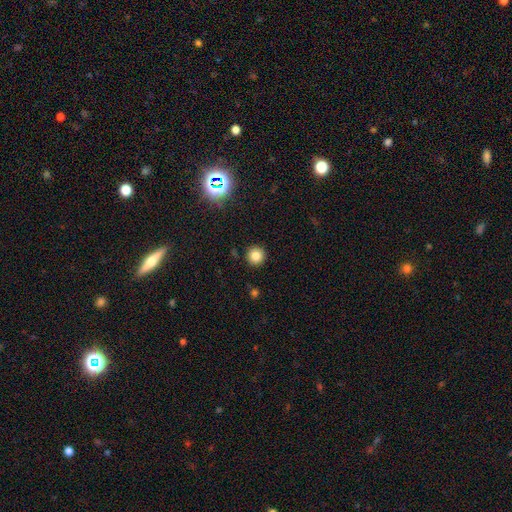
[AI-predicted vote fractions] smooth 82%, star or artifact 13%, featured or disk 6%. Down the decision tree: how rounded — round (95%); merging — none (92%).